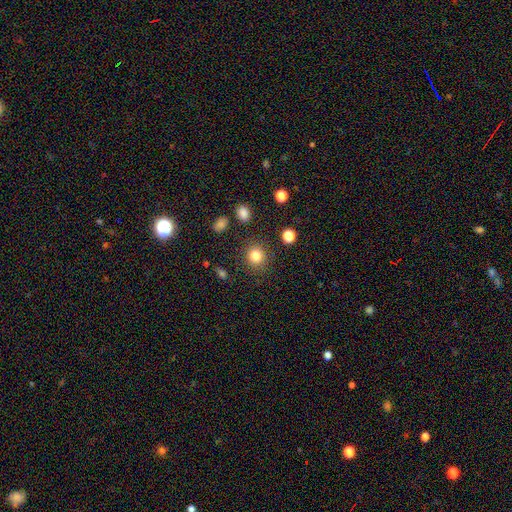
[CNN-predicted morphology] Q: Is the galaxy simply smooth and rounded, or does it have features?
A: smooth — 82%.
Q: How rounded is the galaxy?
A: round — 87%.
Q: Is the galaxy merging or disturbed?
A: none — 86%.